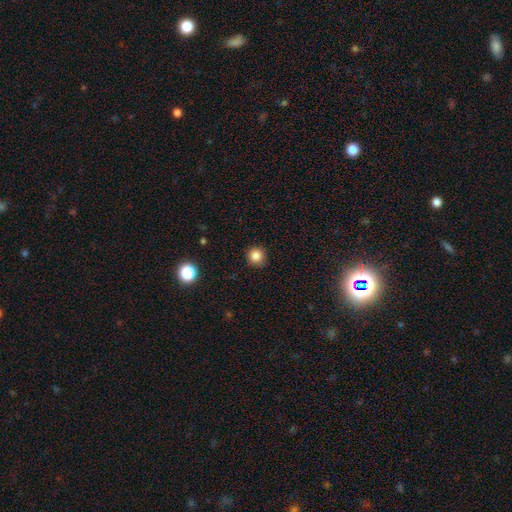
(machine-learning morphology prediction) Smooth or featured?
  - smooth: 84% *
  - star or artifact: 12%
  - featured or disk: 4%
How rounded?
  - round: 93% *
  - in between: 6%
  - cigar-shaped: 1%
Merging?
  - none: 90% *
  - minor disturbance: 7%
  - major disturbance: 2%
  - merger: 1%